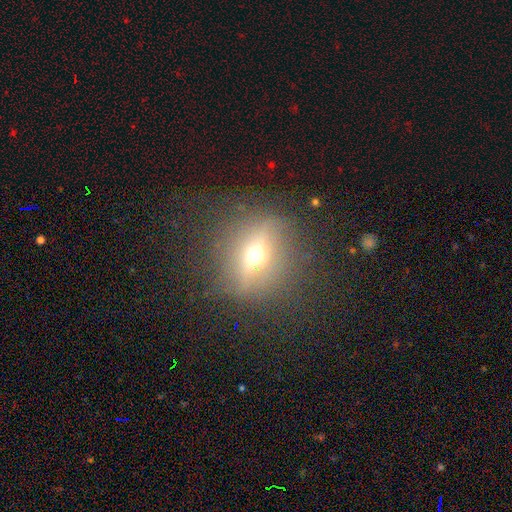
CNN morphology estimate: type=featured or disk (48%); merging=none (80%).